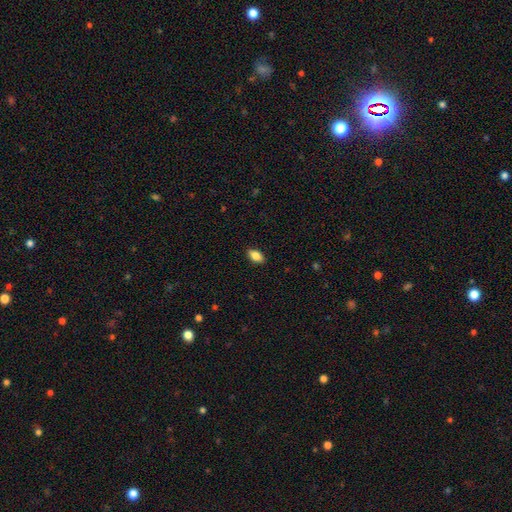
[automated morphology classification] Smooth or featured? Predicted: smooth (p=0.85). How rounded? Predicted: in between (p=0.90). Merging? Predicted: none (p=0.89).